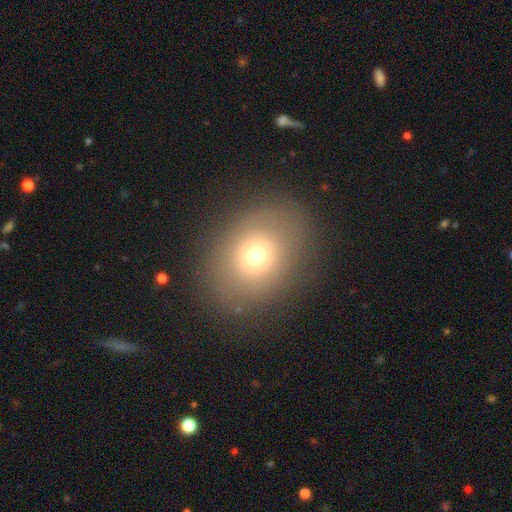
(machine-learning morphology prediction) A smooth galaxy with no disk features (68%) that is in between round and cigar-shaped (51%).

Vote fractions:
- Smooth or featured? smooth: 68% / featured or disk: 17% / star or artifact: 14%
- How rounded? in between: 51% / round: 48% / cigar-shaped: 1%
- Merging? none: 83% / minor disturbance: 10% / major disturbance: 6% / merger: 1%